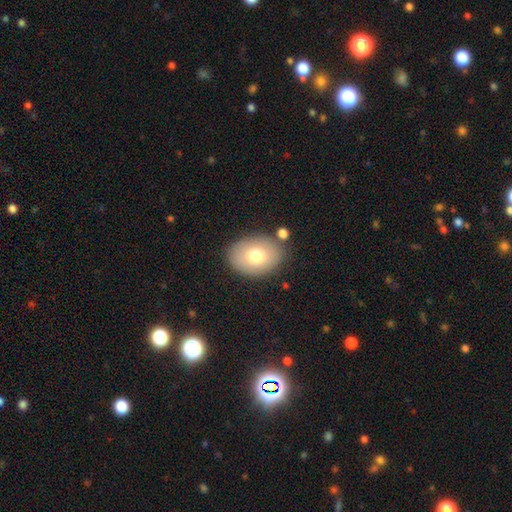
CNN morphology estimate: Smooth or featured? Predicted: smooth (p=0.75). How rounded? Predicted: in between (p=0.76). Merging? Predicted: none (p=0.81).